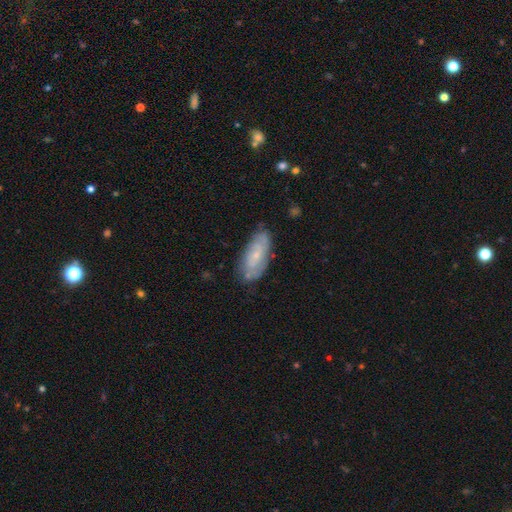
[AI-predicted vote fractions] Overall: featured or disk (53%; smooth 40%). Edge-on disk: no (89%). Merging: none (72%).